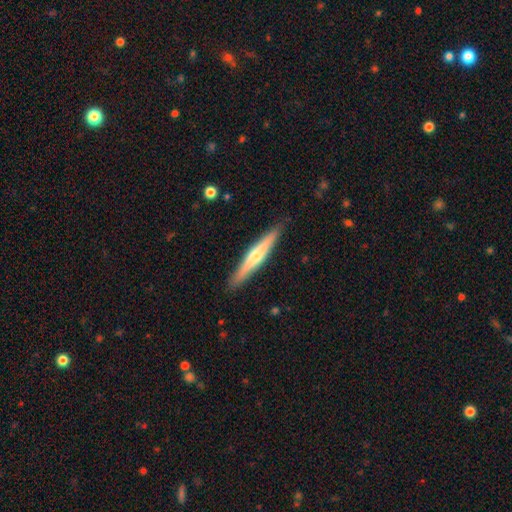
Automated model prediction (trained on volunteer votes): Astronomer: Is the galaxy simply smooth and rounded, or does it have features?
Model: featured or disk — 56% (runner-up: smooth, 39%).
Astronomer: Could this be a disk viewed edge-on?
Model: yes — 96%.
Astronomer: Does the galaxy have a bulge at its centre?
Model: rounded — 77%.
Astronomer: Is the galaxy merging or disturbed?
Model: none — 90%.